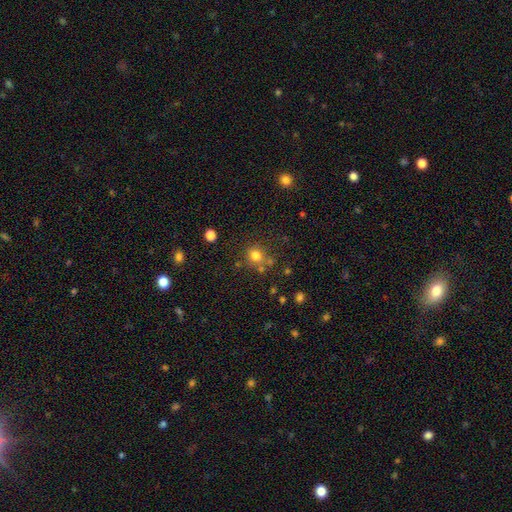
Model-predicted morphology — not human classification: smooth-or-featured: smooth: 76% | star or artifact: 16% | featured or disk: 8%
  how-rounded: round: 82% | in between: 17% | cigar-shaped: 1%
  merging: none: 70% | merger: 13% | minor disturbance: 12% | major disturbance: 5%